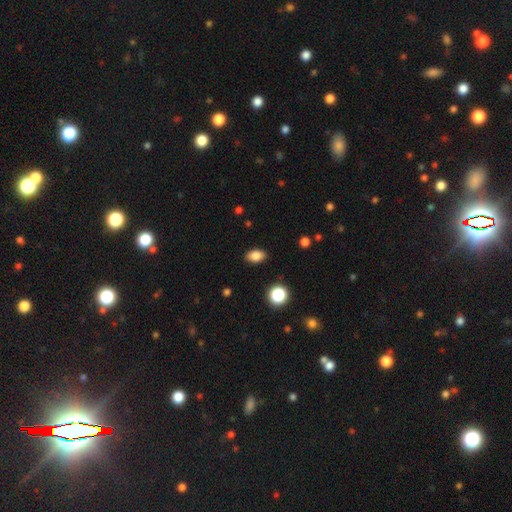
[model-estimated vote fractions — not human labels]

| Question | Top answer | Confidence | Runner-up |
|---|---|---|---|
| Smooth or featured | smooth | 85% | star or artifact (10%) |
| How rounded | in between | 86% | round (12%) |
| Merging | none | 88% | minor disturbance (8%) |